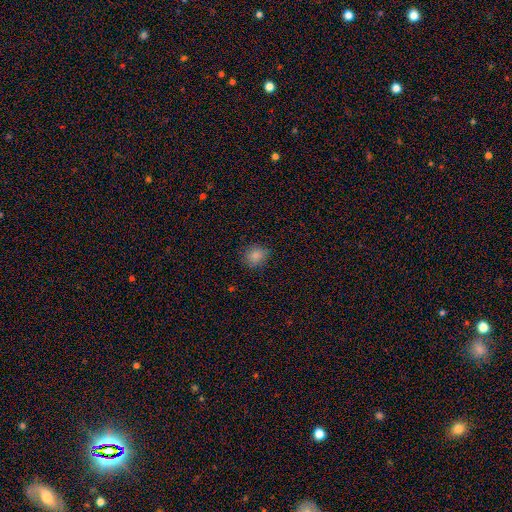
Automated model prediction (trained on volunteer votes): The model was most divided on "how rounded": round: 71%, in between: 28%, cigar-shaped: 1%. More confident: smooth or featured — smooth (83%); merging — none (81%).